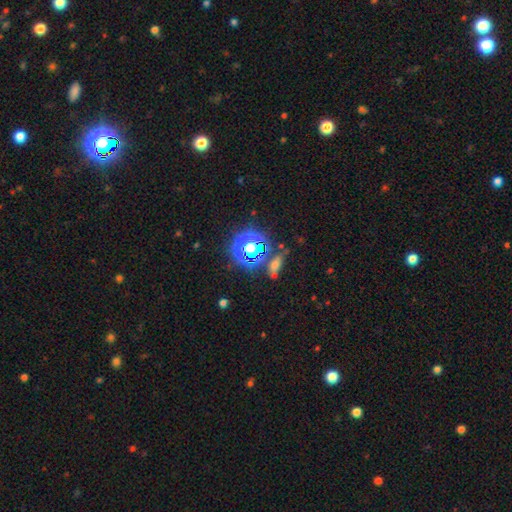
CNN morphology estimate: Smooth or featured? Predicted: star or artifact (p=0.79).